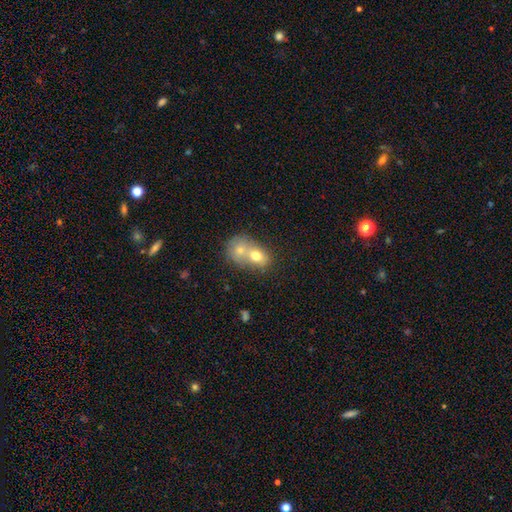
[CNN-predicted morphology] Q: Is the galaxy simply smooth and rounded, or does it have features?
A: smooth — 69%.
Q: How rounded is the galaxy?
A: in between — 51%.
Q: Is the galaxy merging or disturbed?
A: merger — 72%.